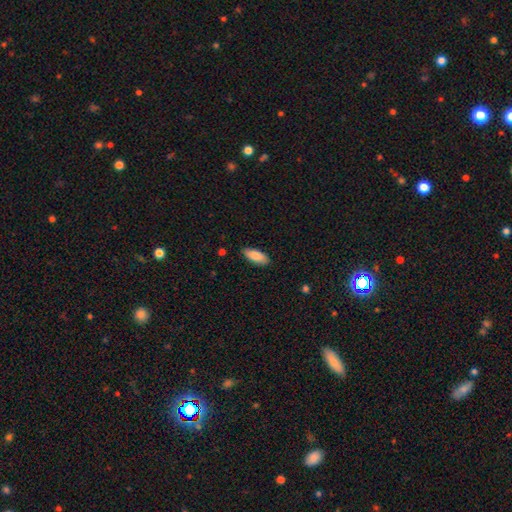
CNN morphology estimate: Smooth or featured?
  - smooth: 84% *
  - featured or disk: 10%
  - star or artifact: 6%
How rounded?
  - in between: 79% *
  - cigar-shaped: 20%
  - round: 2%
Merging?
  - none: 86% *
  - minor disturbance: 11%
  - major disturbance: 2%
  - merger: 1%